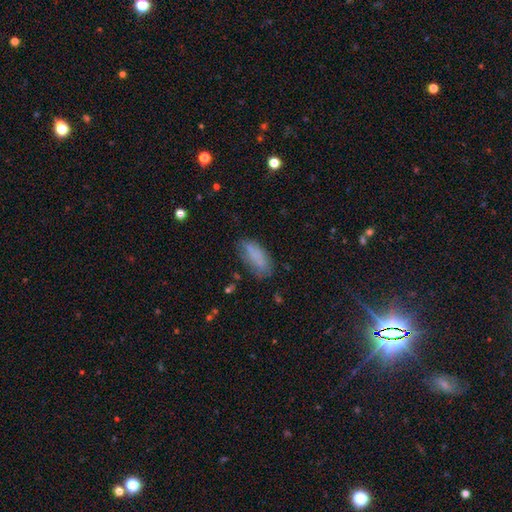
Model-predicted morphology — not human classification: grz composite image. It shows a smooth galaxy with no disk features (77%) that is in between round and cigar-shaped (81%). Merging: none (61%).